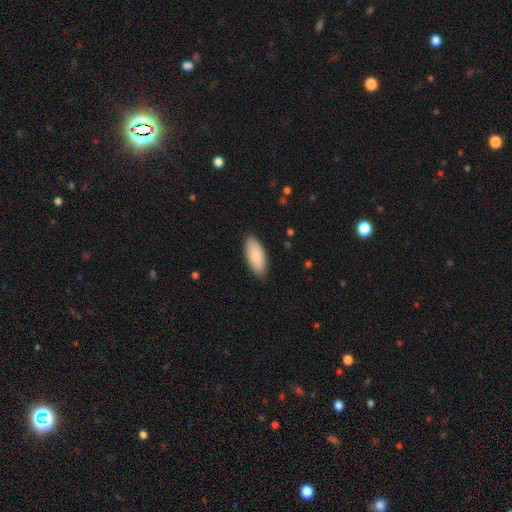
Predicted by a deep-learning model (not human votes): Smooth or featured: smooth — 87% (featured or disk — 8%)
How rounded: in between — 87% (cigar-shaped — 11%)
Merging: none — 88% (minor disturbance — 10%)